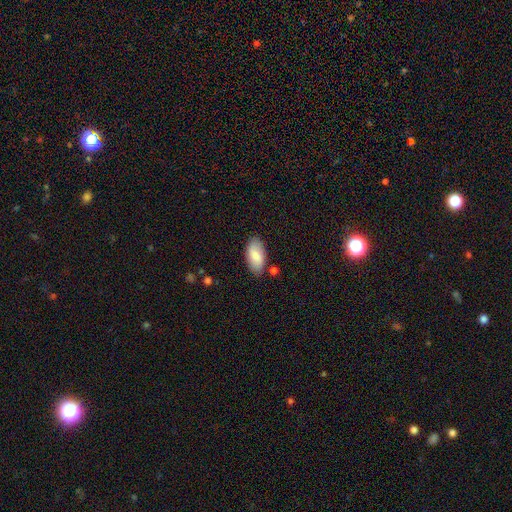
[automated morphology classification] This appears to be a smooth galaxy with no disk features (81%) that is in between round and cigar-shaped (94%). Merging: none (82%).